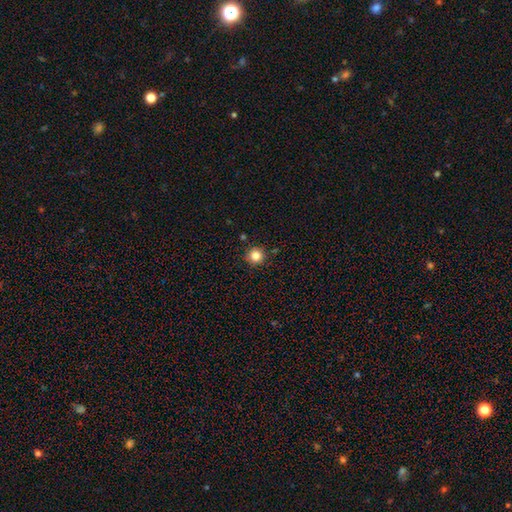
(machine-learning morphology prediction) Smooth or featured? smooth (83%)
How rounded? round (95%)
Merging? none (89%)